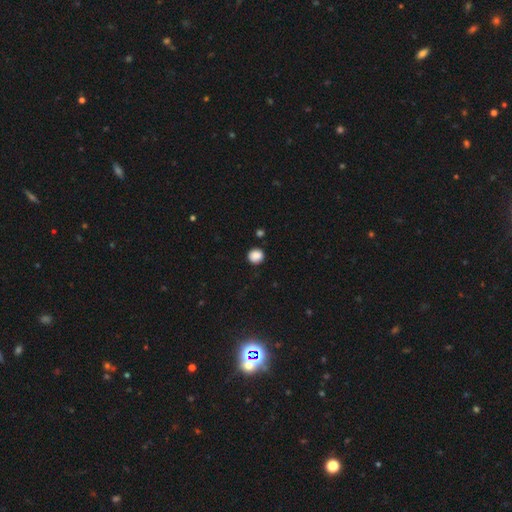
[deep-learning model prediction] Smooth or featured? Predicted: smooth (p=0.88). How rounded? Predicted: round (p=0.86). Merging? Predicted: none (p=0.87).